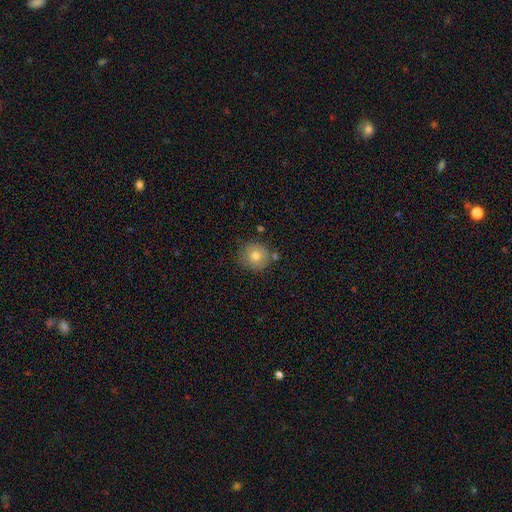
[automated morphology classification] smooth_or_featured: smooth (p=0.75) [alt: featured or disk p=0.15]
how_rounded: round (p=0.92) [alt: in between p=0.07]
merging: none (p=0.78) [alt: minor disturbance p=0.13]